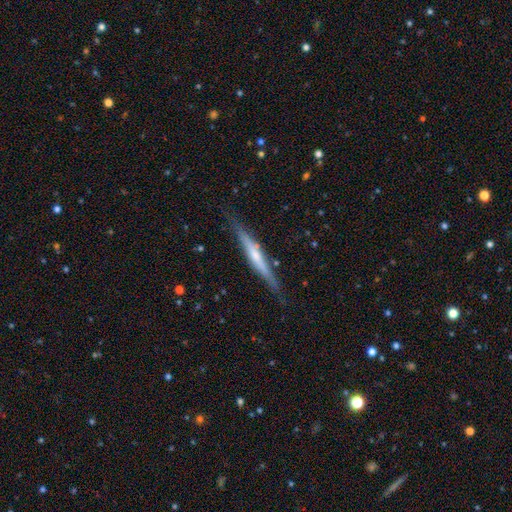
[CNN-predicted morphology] A featured or disk galaxy (64%) viewed edge-on (97%) with a rounded central bulge (52%). Merging: none (85%).